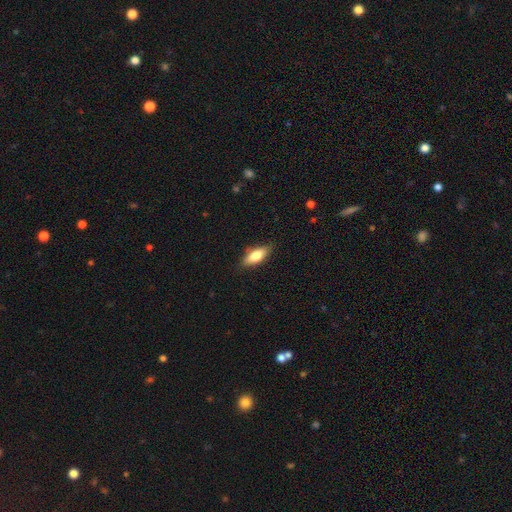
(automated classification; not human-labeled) The model was most divided on "how rounded": in between: 73%, cigar-shaped: 25%, round: 3%. More confident: merging — none (84%); smooth or featured — smooth (73%).